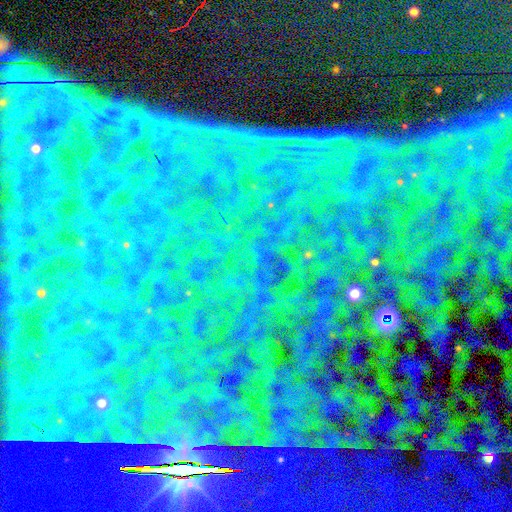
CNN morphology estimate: Smooth or featured? star or artifact (87%)